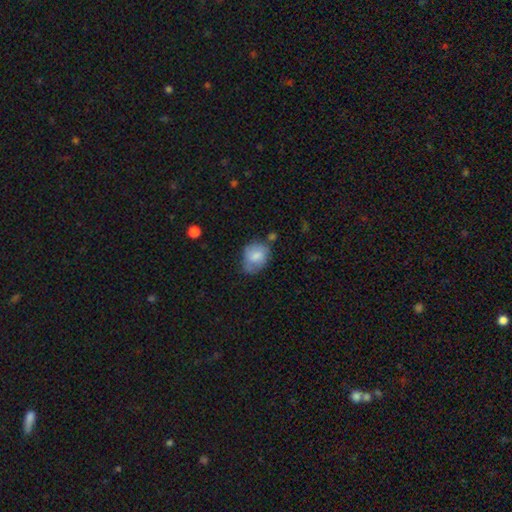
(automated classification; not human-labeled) Smooth or featured? smooth (75%)
How rounded? in between (63%)
Merging? none (42%)